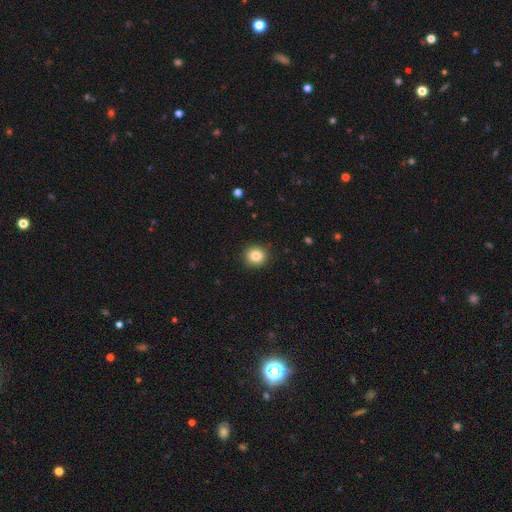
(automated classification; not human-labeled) Smooth or featured? smooth (83%)
How rounded? round (87%)
Merging? none (91%)